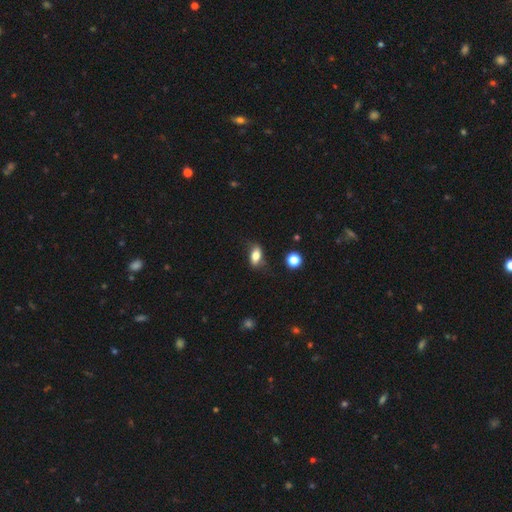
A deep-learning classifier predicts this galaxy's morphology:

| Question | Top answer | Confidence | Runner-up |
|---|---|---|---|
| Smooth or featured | smooth | 76% | featured or disk (15%) |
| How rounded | in between | 84% | round (9%) |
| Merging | none | 67% | minor disturbance (23%) |